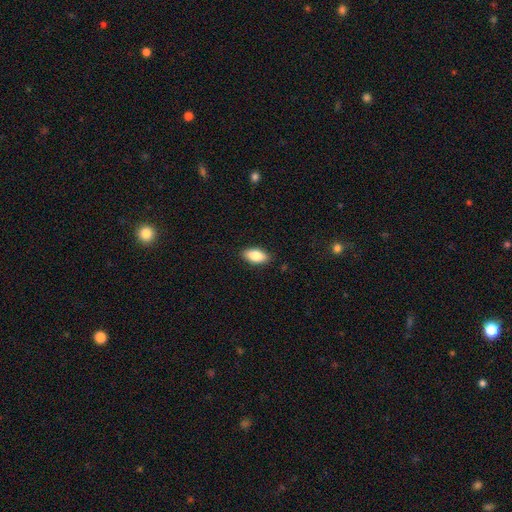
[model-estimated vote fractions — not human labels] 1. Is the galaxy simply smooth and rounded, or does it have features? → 84% smooth, 9% featured or disk, 7% star or artifact.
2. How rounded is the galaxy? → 90% in between, 6% cigar-shaped, 3% round.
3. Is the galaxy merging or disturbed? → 88% none, 9% minor disturbance, 2% major disturbance, 1% merger.